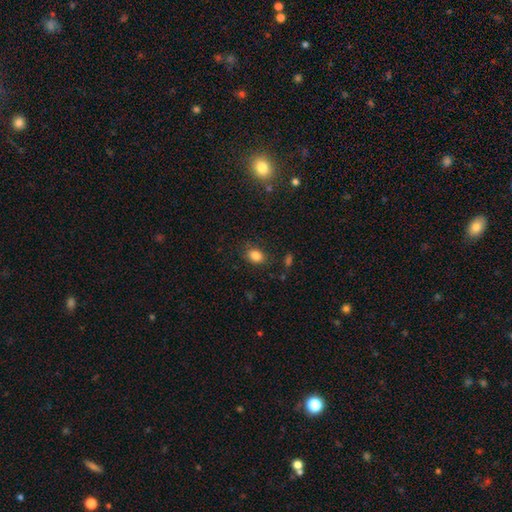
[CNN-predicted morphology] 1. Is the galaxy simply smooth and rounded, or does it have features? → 84% smooth, 10% star or artifact, 6% featured or disk.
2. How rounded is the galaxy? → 74% in between, 24% round, 1% cigar-shaped.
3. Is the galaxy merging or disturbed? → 81% none, 13% minor disturbance, 4% major disturbance, 2% merger.